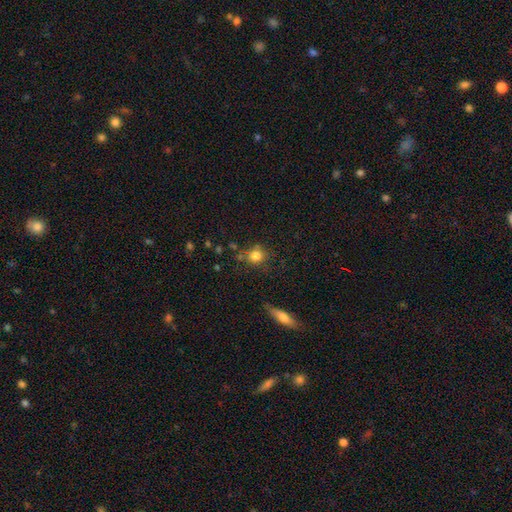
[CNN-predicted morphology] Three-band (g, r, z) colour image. It shows a smooth galaxy with no disk features (80%) that is round (79%). Merging: none (71%).